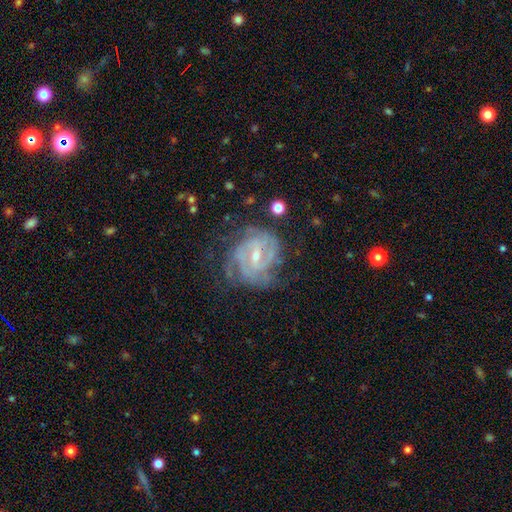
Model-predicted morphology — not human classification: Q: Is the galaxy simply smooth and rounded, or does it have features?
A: featured or disk — 86%.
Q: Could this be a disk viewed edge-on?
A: no — 97%.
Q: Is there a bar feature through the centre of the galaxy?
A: weak — 53%.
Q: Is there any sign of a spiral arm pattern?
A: yes — 94%.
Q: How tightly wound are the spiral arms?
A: tight — 61%.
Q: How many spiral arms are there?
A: can't tell — 30%.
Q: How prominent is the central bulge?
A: small — 57%.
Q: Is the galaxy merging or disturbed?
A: none — 63%.